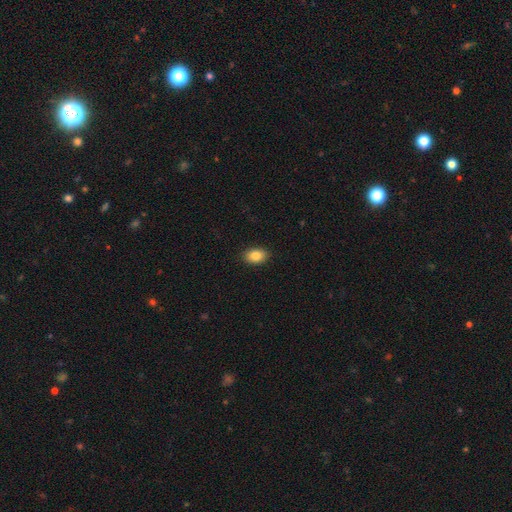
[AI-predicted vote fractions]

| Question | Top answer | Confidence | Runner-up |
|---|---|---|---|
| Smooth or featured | smooth | 85% | star or artifact (8%) |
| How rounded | in between | 86% | round (13%) |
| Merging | none | 90% | minor disturbance (8%) |